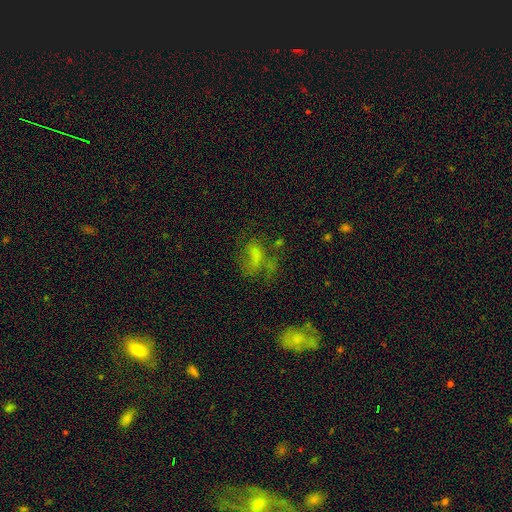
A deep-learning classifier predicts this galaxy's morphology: This is possibly a smooth galaxy (48%). Merging: marginally major disturbance (37%).